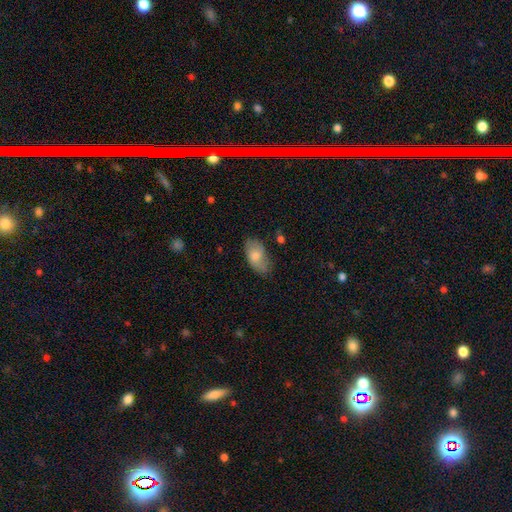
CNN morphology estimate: Smooth or featured? smooth (76%)
How rounded? in between (93%)
Merging? none (63%)